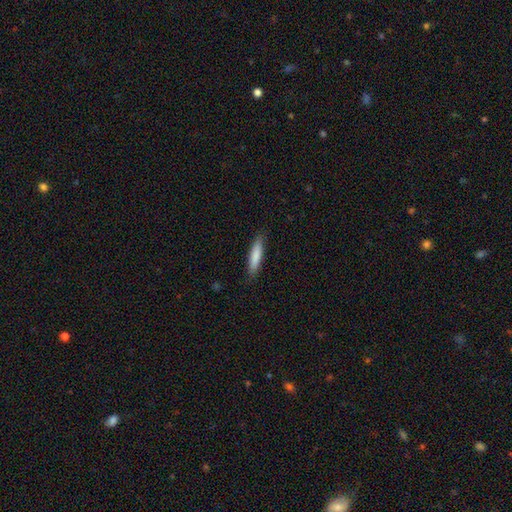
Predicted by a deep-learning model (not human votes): A smooth galaxy with no disk features (83%) that is cigar-shaped (83%).

Vote fractions:
- Smooth or featured? smooth: 83% / featured or disk: 11% / star or artifact: 5%
- How rounded? cigar-shaped: 83% / in between: 16% / round: 1%
- Merging? none: 88% / minor disturbance: 9% / major disturbance: 2% / merger: 1%